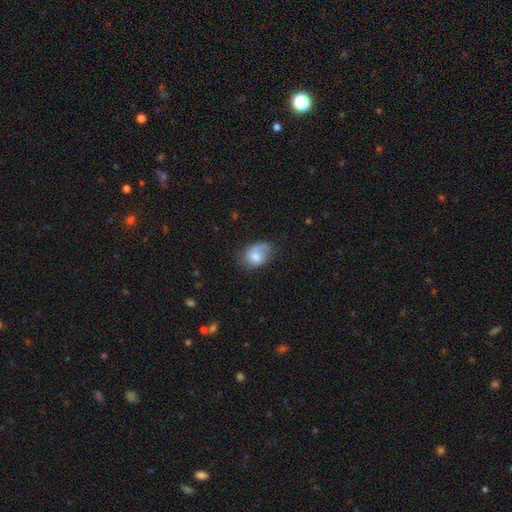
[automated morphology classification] Overall: smooth (62%; featured or disk 30%). How rounded: in between (70%). Merging: none (45%; minor disturbance 29%).